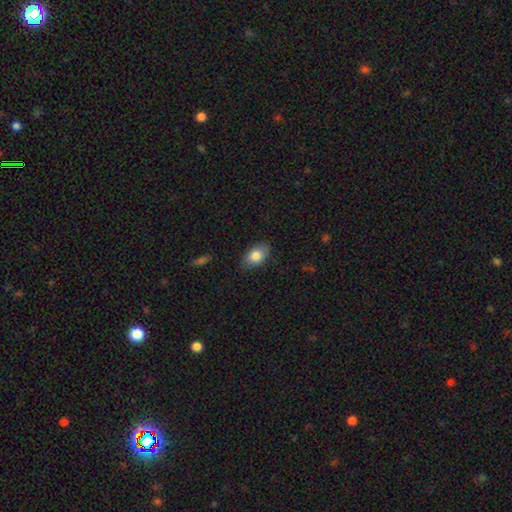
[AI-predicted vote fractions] The model was most divided on "merging": none: 84%, minor disturbance: 13%, major disturbance: 2%, merger: 1%. More confident: how rounded — in between (90%); smooth or featured — smooth (82%).